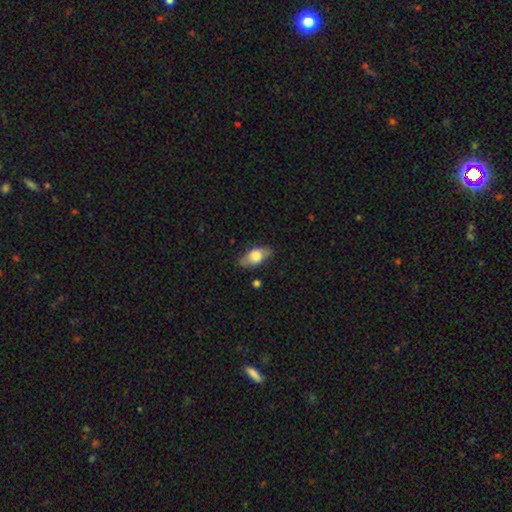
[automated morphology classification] smooth 70%, featured or disk 24%, star or artifact 7%. Down the decision tree: how rounded — in between (88%); merging — none (76%).